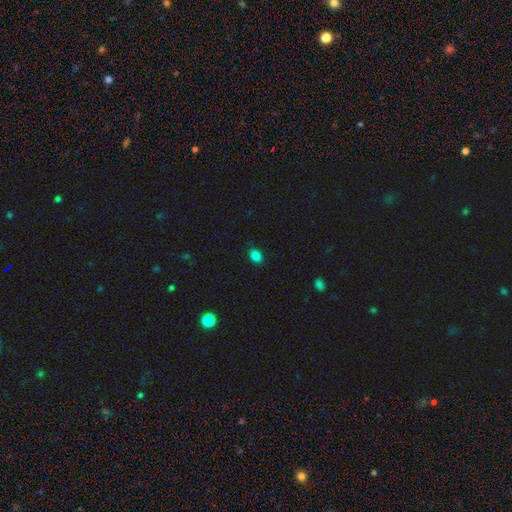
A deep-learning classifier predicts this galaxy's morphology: A smooth galaxy with no disk features (83%) that is round (58%). Merging: none (87%).